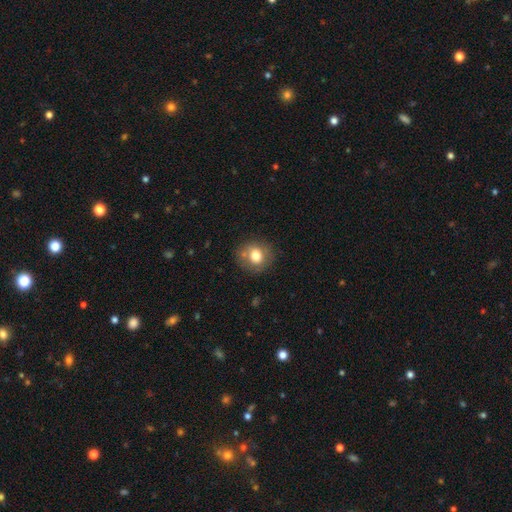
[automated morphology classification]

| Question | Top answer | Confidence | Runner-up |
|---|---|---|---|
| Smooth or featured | smooth | 75% | featured or disk (15%) |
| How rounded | round | 77% | in between (22%) |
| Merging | none | 75% | minor disturbance (15%) |